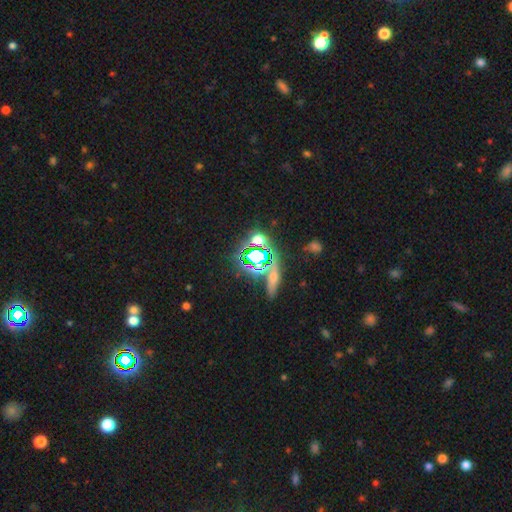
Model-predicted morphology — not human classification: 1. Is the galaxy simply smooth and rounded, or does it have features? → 67% star or artifact, 22% smooth, 12% featured or disk.